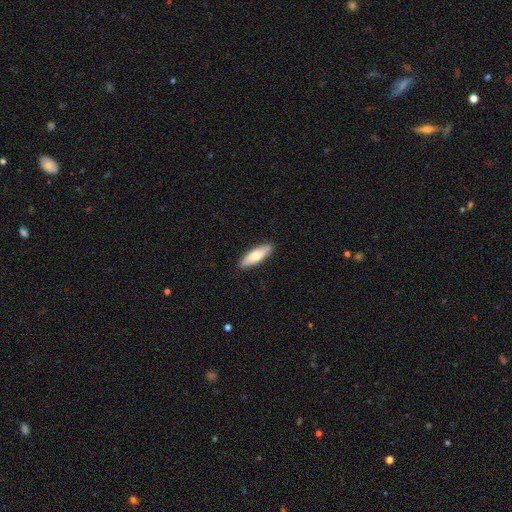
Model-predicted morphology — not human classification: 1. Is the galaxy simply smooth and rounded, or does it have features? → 70% smooth, 25% featured or disk, 5% star or artifact.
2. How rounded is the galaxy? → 50% in between, 48% cigar-shaped, 2% round.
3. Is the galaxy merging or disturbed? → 90% none, 8% minor disturbance, 2% major disturbance, 1% merger.